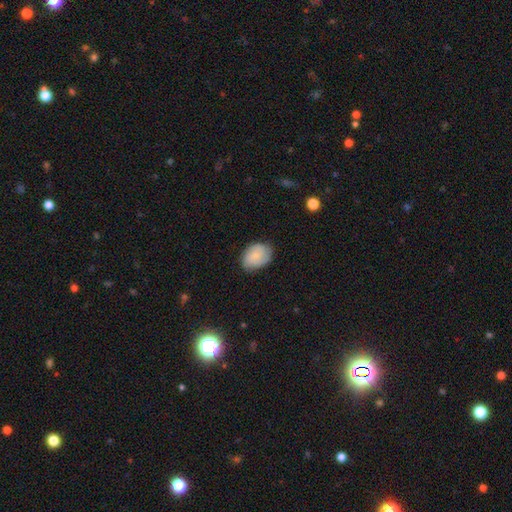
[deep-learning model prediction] smooth-or-featured: smooth: 58% | featured or disk: 35% | star or artifact: 7%
  how-rounded: in between: 72% | round: 27% | cigar-shaped: 1%
  merging: none: 76% | minor disturbance: 20% | major disturbance: 4% | merger: 1%